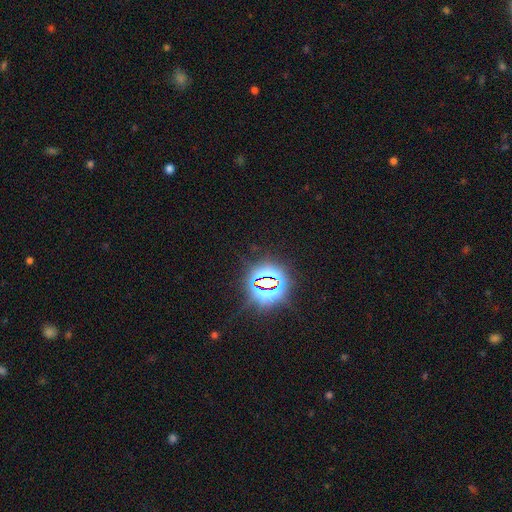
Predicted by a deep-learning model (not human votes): smooth-or-featured: star or artifact: 84% | smooth: 10% | featured or disk: 6%